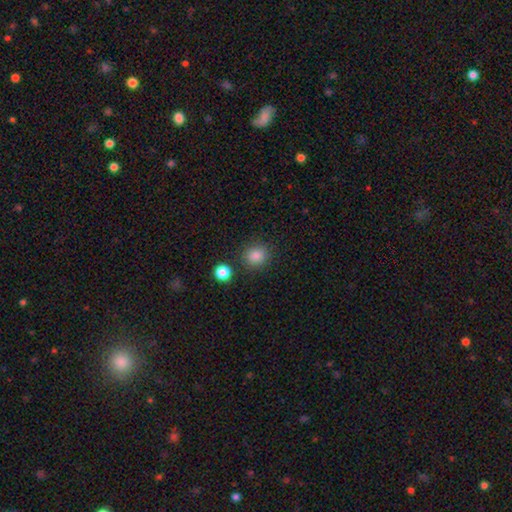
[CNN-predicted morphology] This appears to be a smooth galaxy with no disk features (85%) that is round (80%). Merging: none (86%).